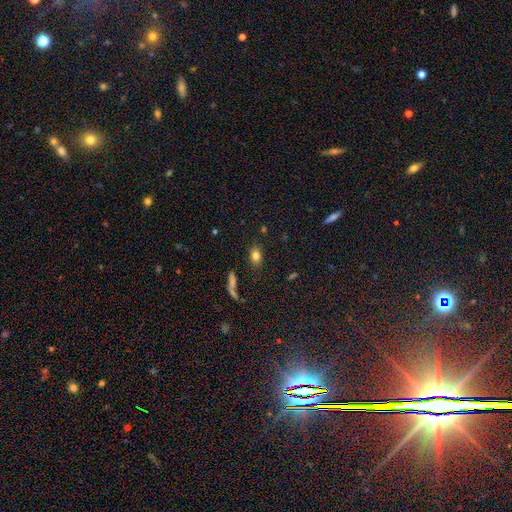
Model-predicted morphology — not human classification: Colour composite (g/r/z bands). It shows a smooth galaxy with no disk features (81%) that is in between round and cigar-shaped (77%). Merging: none (83%).